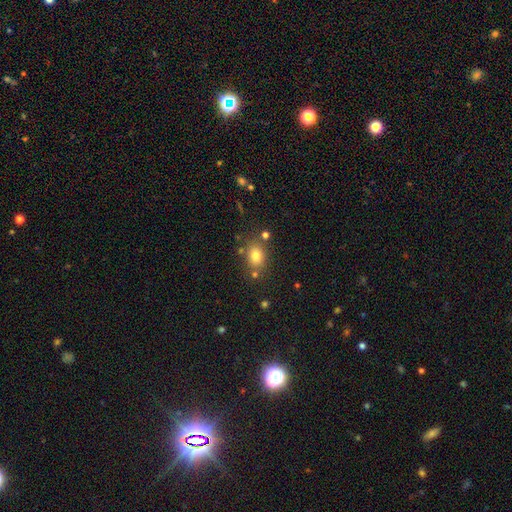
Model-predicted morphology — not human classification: Q: Smooth or featured?
A: smooth (77%); runner-up: star or artifact (13%)
Q: How rounded?
A: in between (57%); runner-up: round (42%)
Q: Merging?
A: none (74%); runner-up: minor disturbance (13%)